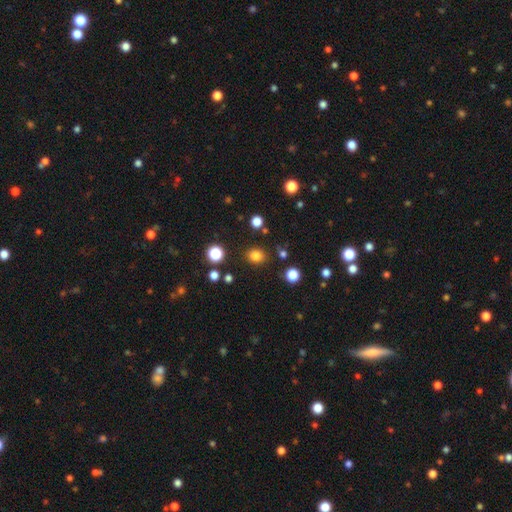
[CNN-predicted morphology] Smooth or featured? Predicted: smooth (p=0.81). How rounded? Predicted: round (p=0.65). Merging? Predicted: none (p=0.85).